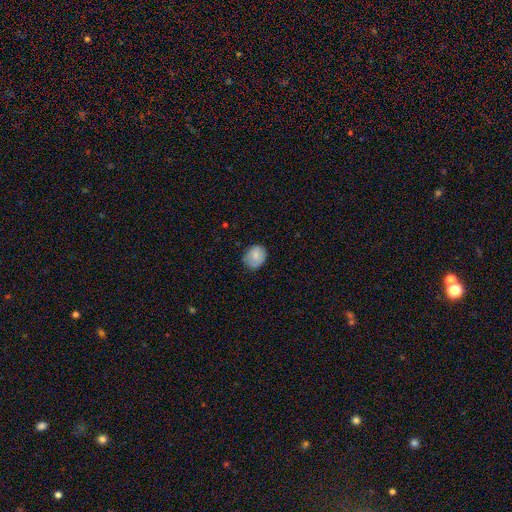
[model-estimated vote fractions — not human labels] A smooth galaxy with no disk features (80%) that is round (51%). Merging: none (72%).